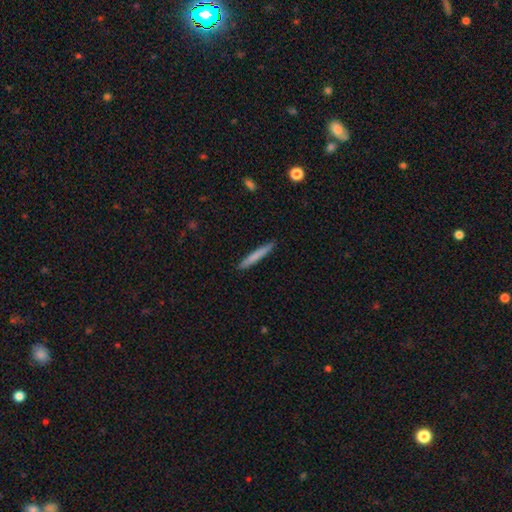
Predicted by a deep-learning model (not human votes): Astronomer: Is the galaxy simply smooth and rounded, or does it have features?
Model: smooth — 74%.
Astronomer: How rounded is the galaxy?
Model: cigar-shaped — 96%.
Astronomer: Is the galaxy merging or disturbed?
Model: none — 91%.